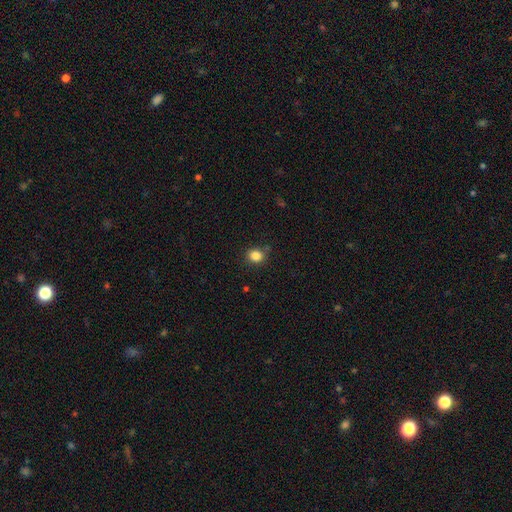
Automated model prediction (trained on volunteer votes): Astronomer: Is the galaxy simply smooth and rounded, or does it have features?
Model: smooth — 84%.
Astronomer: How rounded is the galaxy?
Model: round — 78%.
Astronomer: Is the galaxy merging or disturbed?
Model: none — 83%.